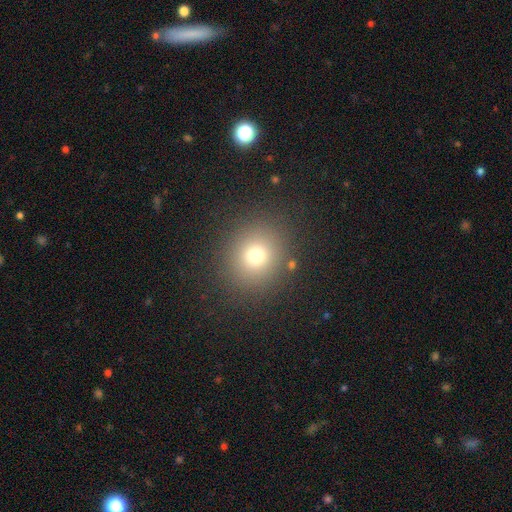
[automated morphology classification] smooth-or-featured: smooth: 72% | star or artifact: 18% | featured or disk: 10%
  how-rounded: round: 85% | in between: 14% | cigar-shaped: 1%
  merging: none: 87% | minor disturbance: 7% | major disturbance: 4% | merger: 2%